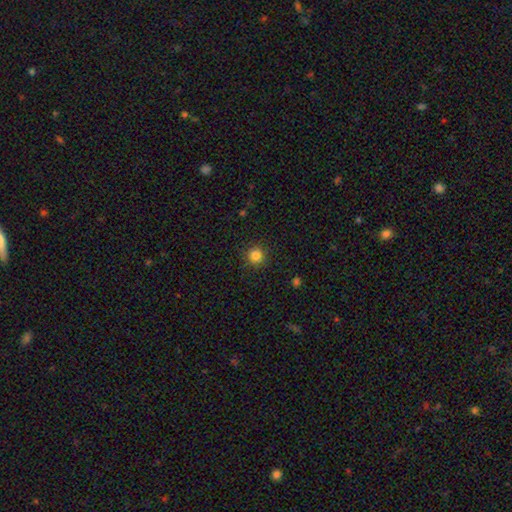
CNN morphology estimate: smooth-or-featured: smooth: 84% | star or artifact: 12% | featured or disk: 4%
  how-rounded: round: 95% | in between: 4% | cigar-shaped: 1%
  merging: none: 91% | minor disturbance: 6% | major disturbance: 2% | merger: 1%